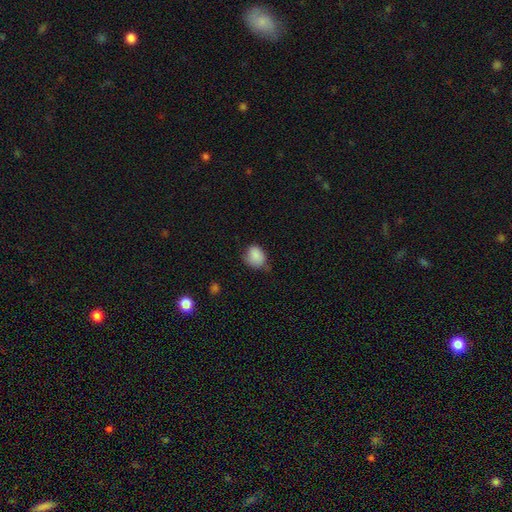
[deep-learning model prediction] Smooth or featured? smooth (86%)
How rounded? round (50%)
Merging? none (51%)